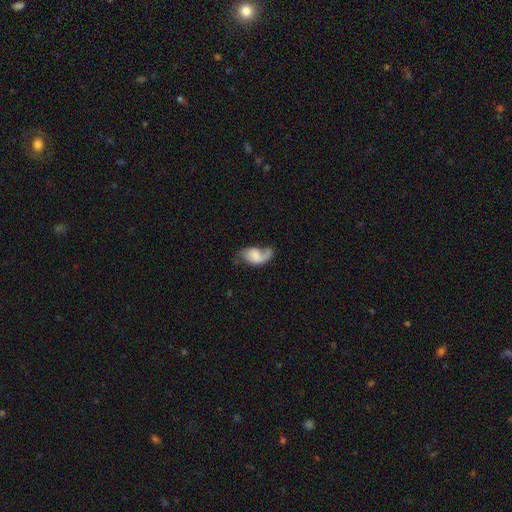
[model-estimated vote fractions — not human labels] smooth_or_featured: featured or disk (p=0.62) [alt: smooth p=0.31]
disk_edge_on: no (p=0.97) [alt: yes p=0.03]
bar: no (p=0.57) [alt: weak p=0.34]
has_spiral_arms: yes (p=0.88) [alt: no p=0.12]
spiral_winding: loose (p=0.59) [alt: medium p=0.30]
spiral_arm_count: 2 (p=0.48) [alt: 1 p=0.46]
bulge_size: none (p=0.30) [tied with: small p=0.30]
merging: none (p=0.39) [alt: major disturbance p=0.29]